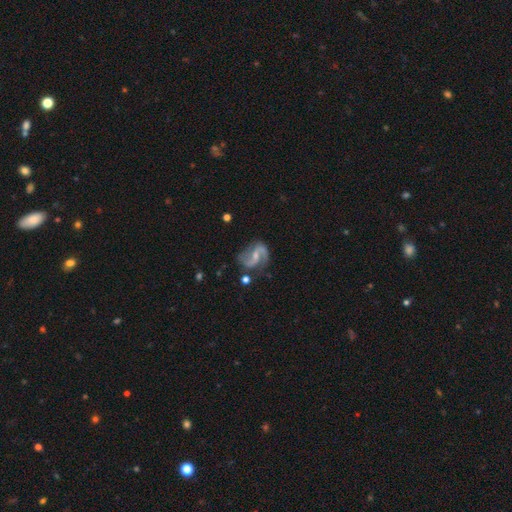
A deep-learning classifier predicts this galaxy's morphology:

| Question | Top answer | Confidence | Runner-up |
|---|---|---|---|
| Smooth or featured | featured or disk | 87% | smooth (7%) |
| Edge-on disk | no | 98% | yes (2%) |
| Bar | weak | 48% | no (28%) |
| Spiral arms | yes | 96% | no (4%) |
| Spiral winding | loose | 49% | medium (42%) |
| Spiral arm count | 2 | 91% | 1 (3%) |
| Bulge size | small | 59% | moderate (28%) |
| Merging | none | 64% | minor disturbance (20%) |